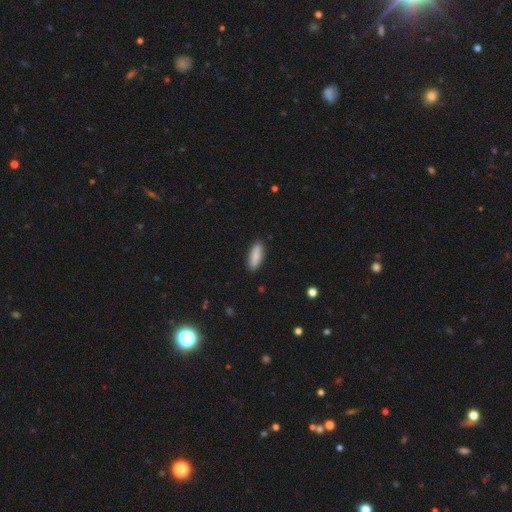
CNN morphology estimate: Smooth or featured? Predicted: smooth (p=0.88). How rounded? Predicted: in between (p=0.59). Merging? Predicted: none (p=0.88).